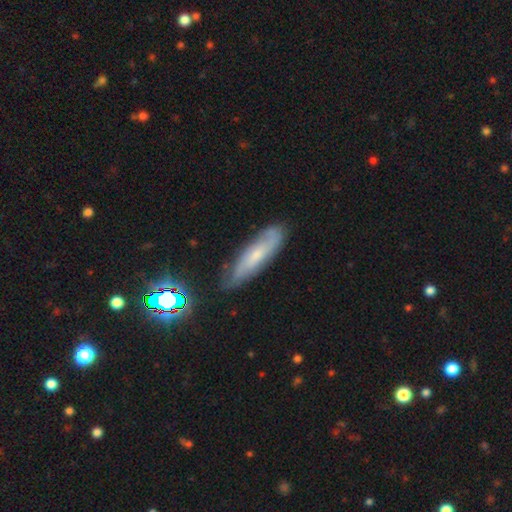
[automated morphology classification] smooth-or-featured: featured or disk: 50% | smooth: 37% | star or artifact: 13%
  merging: none: 77% | minor disturbance: 17% | major disturbance: 4% | merger: 2%